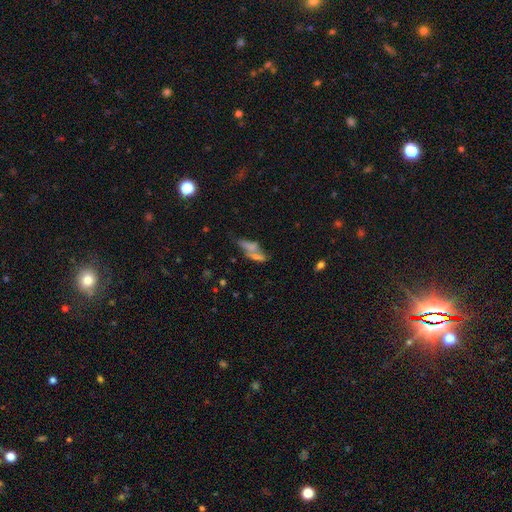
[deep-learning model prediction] The model was most divided on "merging": merger: 39%, none: 36%, minor disturbance: 14%, major disturbance: 11%. Remaining: smooth or featured — smooth (49%).